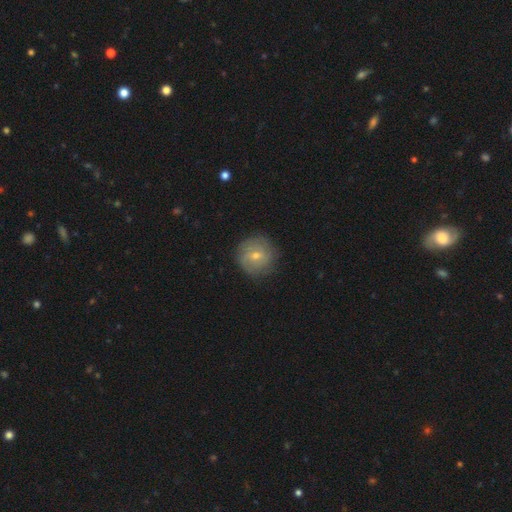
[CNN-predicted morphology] Smooth or featured: smooth — 49% (featured or disk — 41%)
Merging: none — 84% (minor disturbance — 11%)